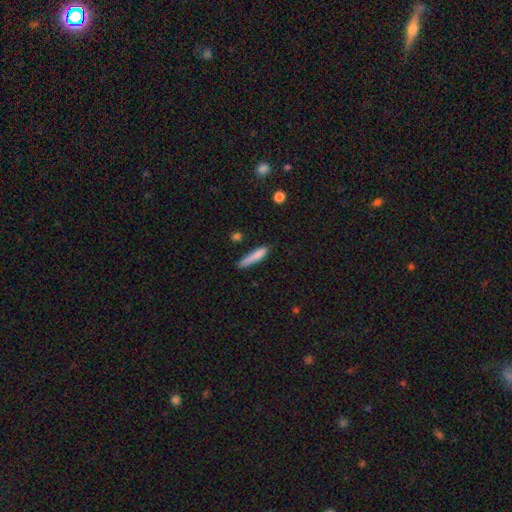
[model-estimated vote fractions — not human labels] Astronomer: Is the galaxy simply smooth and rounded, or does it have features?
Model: smooth — 81%.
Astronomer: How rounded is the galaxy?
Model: cigar-shaped — 86%.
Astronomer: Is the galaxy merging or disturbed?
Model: none — 63%.